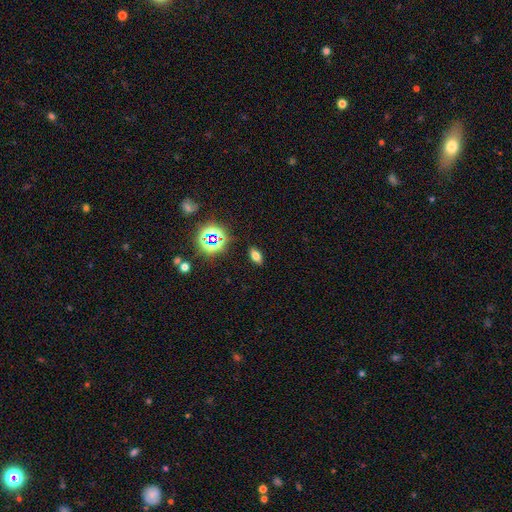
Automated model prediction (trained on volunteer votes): smooth-or-featured: smooth: 65% | star or artifact: 23% | featured or disk: 13%
  how-rounded: in between: 83% | round: 9% | cigar-shaped: 8%
  merging: none: 88% | minor disturbance: 8% | major disturbance: 3% | merger: 1%